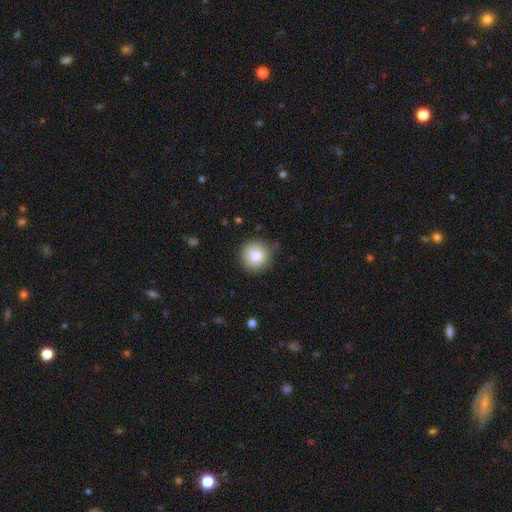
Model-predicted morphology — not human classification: Q: Smooth or featured?
A: smooth (83%); runner-up: featured or disk (9%)
Q: How rounded?
A: round (94%); runner-up: in between (5%)
Q: Merging?
A: none (84%); runner-up: minor disturbance (12%)